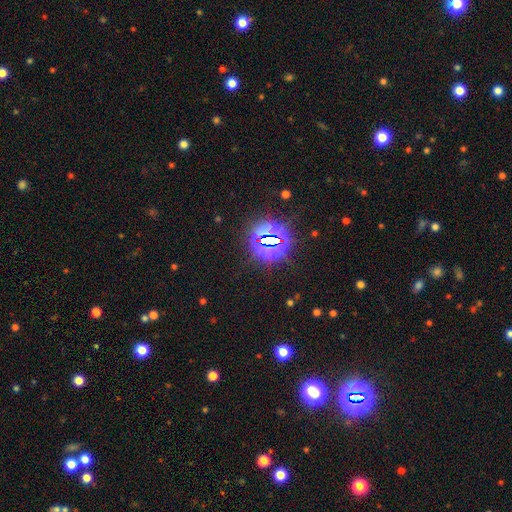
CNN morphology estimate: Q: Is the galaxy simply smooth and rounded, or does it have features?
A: star or artifact — 83%.